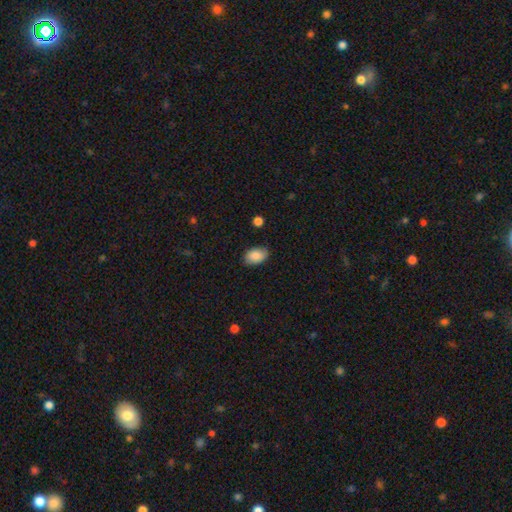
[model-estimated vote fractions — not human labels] A smooth galaxy with no disk features (86%) that is in between round and cigar-shaped (89%). Merging: none (83%).